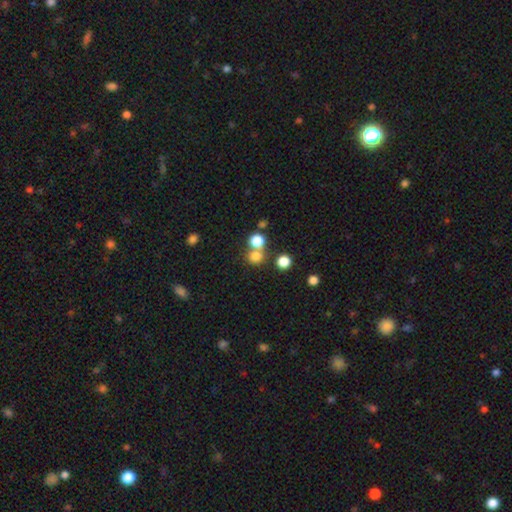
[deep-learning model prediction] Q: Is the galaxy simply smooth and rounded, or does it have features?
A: smooth — 76%.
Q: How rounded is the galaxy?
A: round — 86%.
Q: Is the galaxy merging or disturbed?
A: none — 57%.